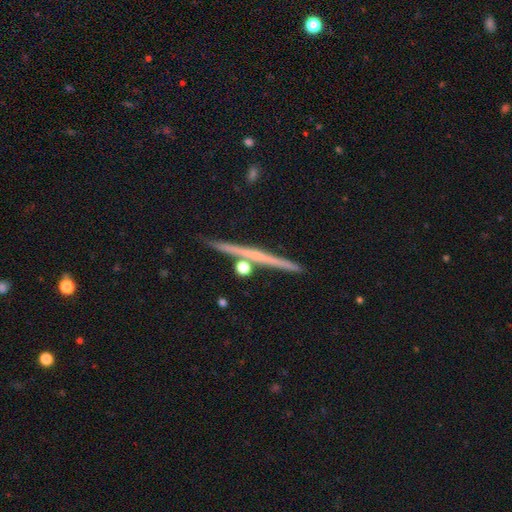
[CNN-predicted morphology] This appears to be a featured or disk galaxy (70%) viewed edge-on (98%) with no central bulge (68%). Merging: none (87%).